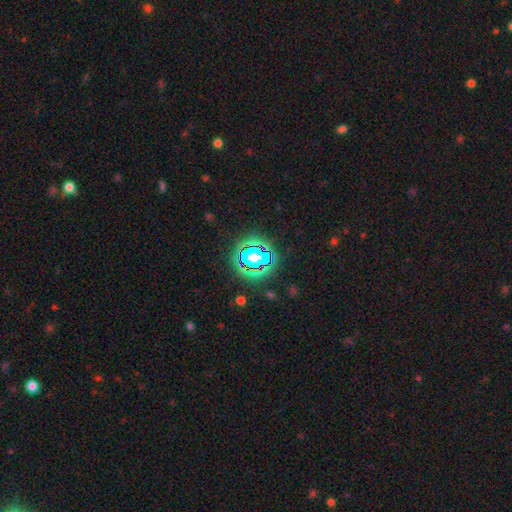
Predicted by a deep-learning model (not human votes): Q: Smooth or featured?
A: star or artifact (61%); runner-up: smooth (25%)